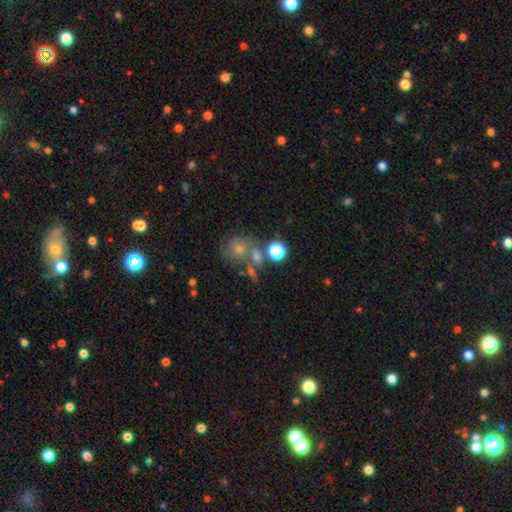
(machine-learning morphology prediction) Smooth or featured? smooth (45%)
Merging? none (55%)